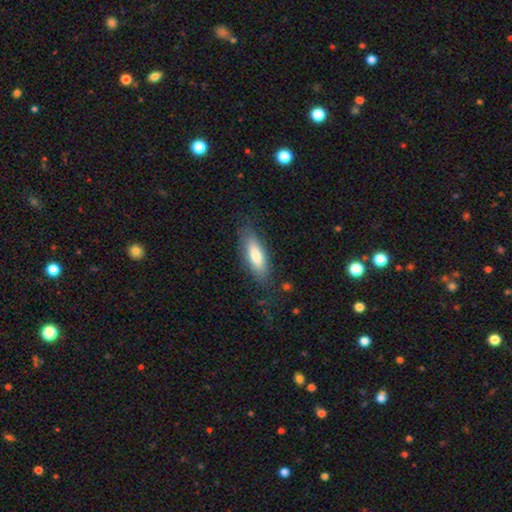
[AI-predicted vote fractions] Smooth or featured: smooth — 73% (featured or disk — 21%)
How rounded: in between — 59% (cigar-shaped — 39%)
Merging: none — 79% (minor disturbance — 15%)